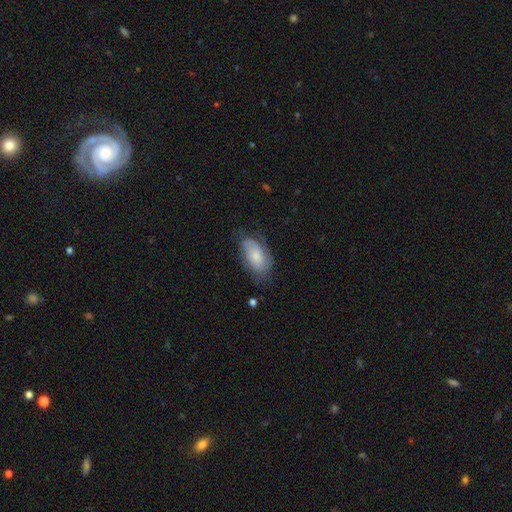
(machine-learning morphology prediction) Smooth or featured: smooth — 66% (featured or disk — 27%)
How rounded: in between — 93% (round — 4%)
Merging: none — 56% (minor disturbance — 30%)